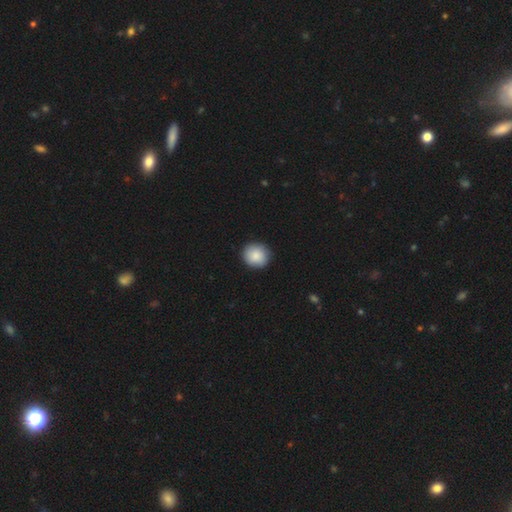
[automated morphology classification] This appears to be a smooth galaxy with no disk features (88%) that is round (88%). Merging: none (89%).